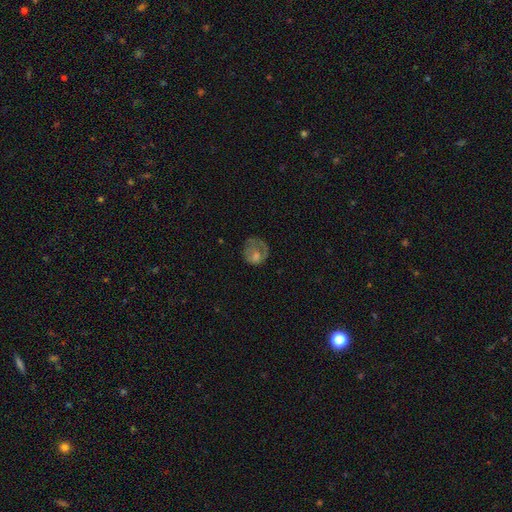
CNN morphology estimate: Smooth or featured: smooth — 48% (featured or disk — 39%)
Merging: none — 48% (major disturbance — 27%)